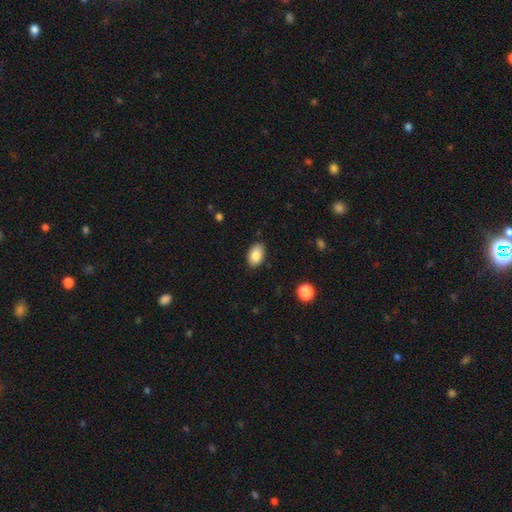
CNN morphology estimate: Smooth or featured? Predicted: smooth (p=0.86). How rounded? Predicted: in between (p=0.91). Merging? Predicted: none (p=0.86).